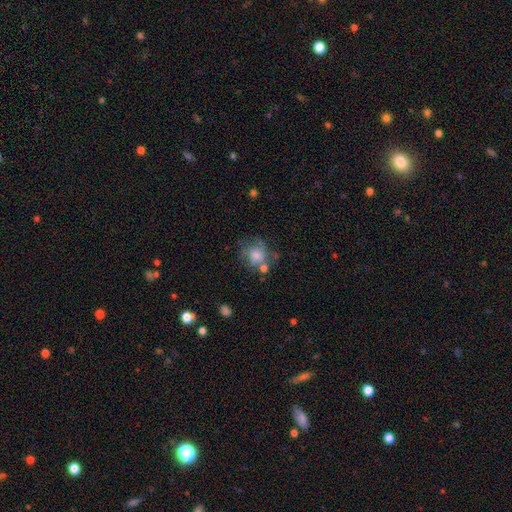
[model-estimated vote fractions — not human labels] smooth_or_featured: smooth (p=0.55) [alt: featured or disk p=0.34]
how_rounded: round (p=0.74) [alt: in between p=0.24]
merging: none (p=0.51) [alt: minor disturbance p=0.21]